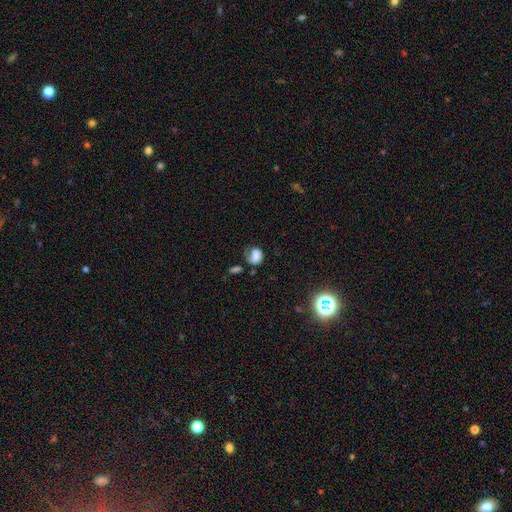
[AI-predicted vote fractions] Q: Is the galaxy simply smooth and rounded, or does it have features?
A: smooth — 65%.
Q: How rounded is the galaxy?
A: in between — 54%.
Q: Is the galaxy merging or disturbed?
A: none — 33%.